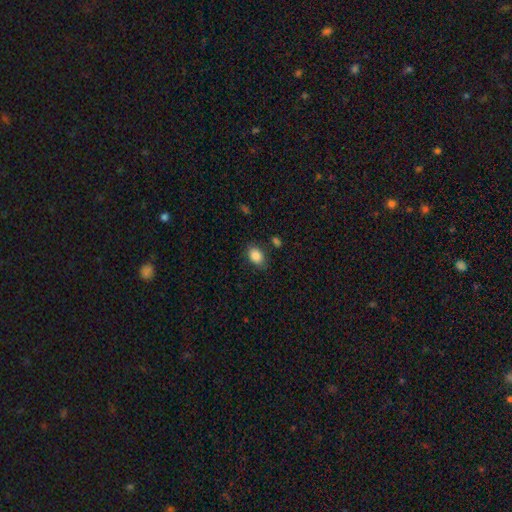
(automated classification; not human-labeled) Smooth or featured: smooth — 86% (star or artifact — 8%)
How rounded: in between — 77% (round — 22%)
Merging: none — 79% (minor disturbance — 14%)